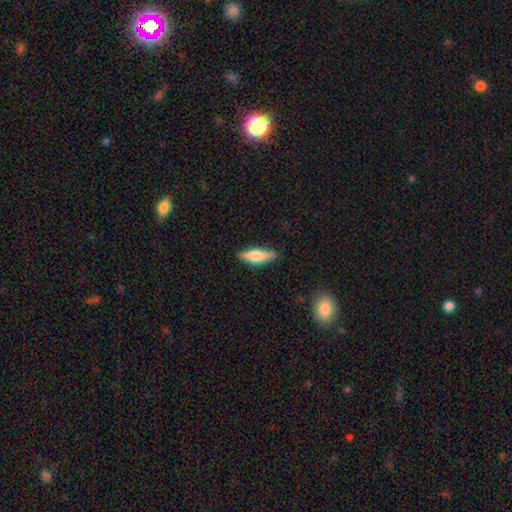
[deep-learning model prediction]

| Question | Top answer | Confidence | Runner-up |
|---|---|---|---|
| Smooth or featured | smooth | 59% | featured or disk (35%) |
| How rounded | cigar-shaped | 57% | in between (41%) |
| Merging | none | 82% | minor disturbance (13%) |